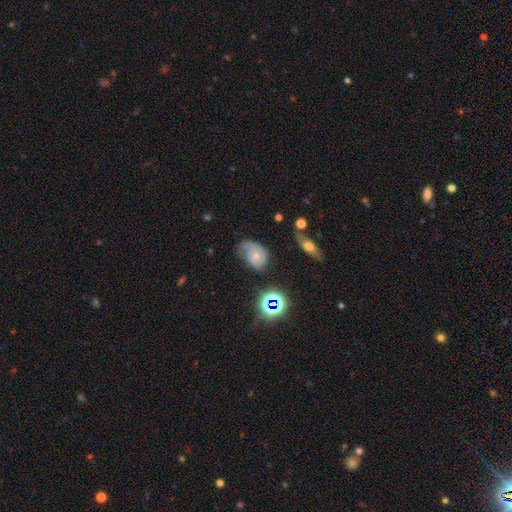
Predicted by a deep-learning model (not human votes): This appears to be a featured or disk galaxy (56%) with no bar (80%), spiral arms (81%) and a small central bulge (55%). Merging: none (38%).